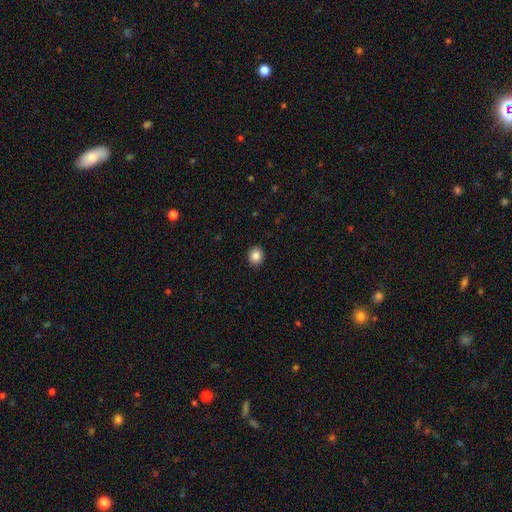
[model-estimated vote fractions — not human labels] This appears to be a smooth galaxy with no disk features (85%) that is round (80%). Merging: none (92%).